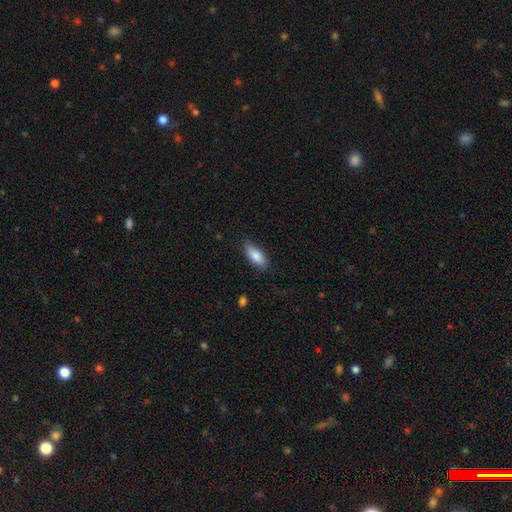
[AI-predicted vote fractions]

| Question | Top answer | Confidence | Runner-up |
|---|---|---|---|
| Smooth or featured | smooth | 84% | featured or disk (10%) |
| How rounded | in between | 74% | cigar-shaped (24%) |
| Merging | none | 80% | minor disturbance (16%) |